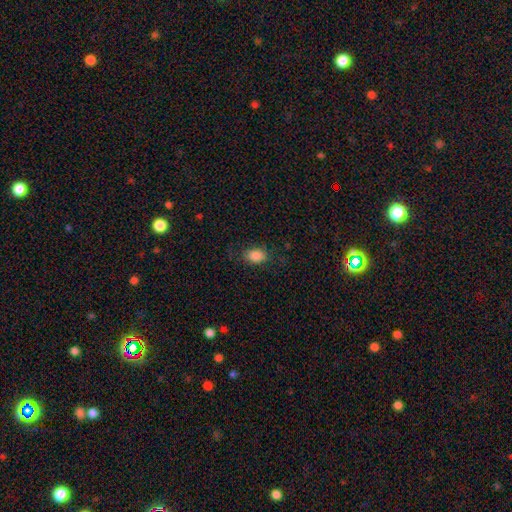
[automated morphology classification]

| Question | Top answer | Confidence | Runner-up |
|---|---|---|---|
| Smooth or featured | smooth | 86% | star or artifact (9%) |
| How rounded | in between | 84% | round (14%) |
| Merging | none | 80% | minor disturbance (14%) |